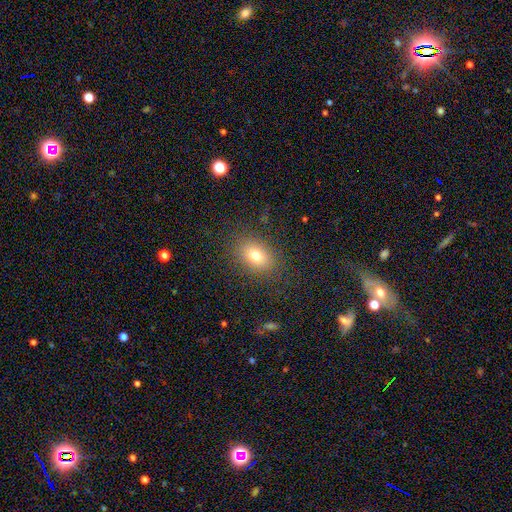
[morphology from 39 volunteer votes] smooth 85%, featured or disk 10%, star or artifact 5%. Down the decision tree: how rounded — in between (73%); merging — none (86%).